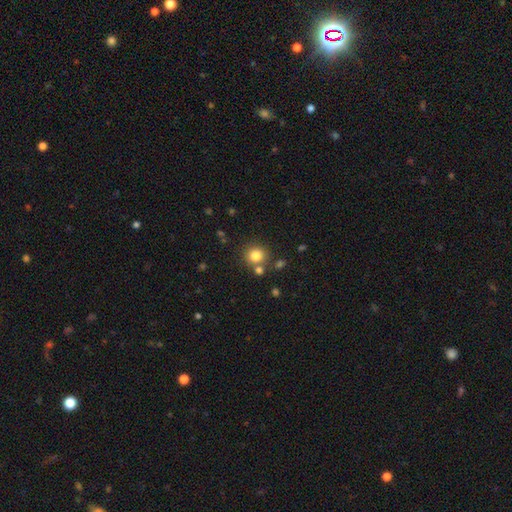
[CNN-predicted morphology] Smooth or featured? smooth (80%)
How rounded? round (90%)
Merging? none (75%)